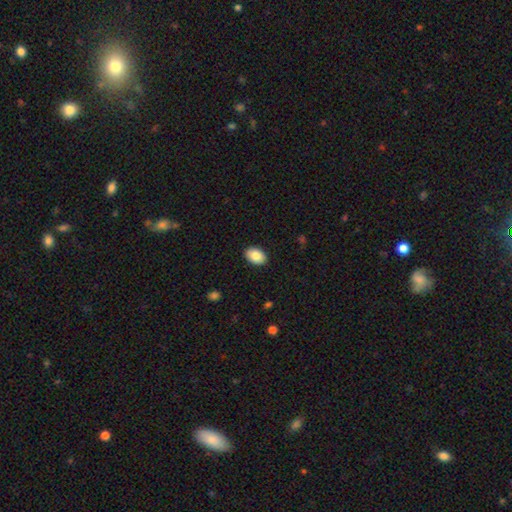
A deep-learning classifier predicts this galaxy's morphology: This is clearly a smooth galaxy (87%). How rounded: clearly in between (86%). Merging: clearly none (90%).